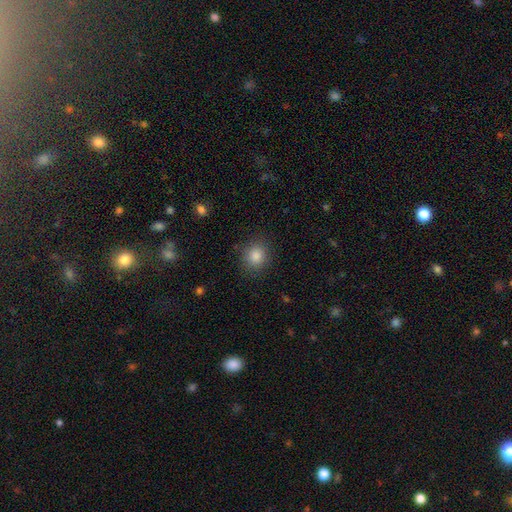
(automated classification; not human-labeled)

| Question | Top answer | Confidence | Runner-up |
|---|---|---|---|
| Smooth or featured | smooth | 85% | star or artifact (11%) |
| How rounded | round | 80% | in between (19%) |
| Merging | none | 87% | minor disturbance (9%) |